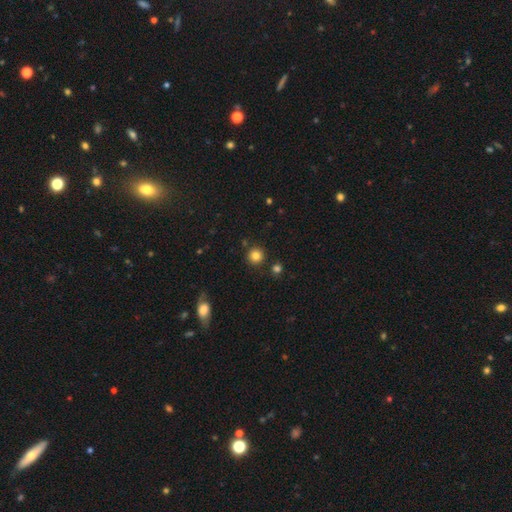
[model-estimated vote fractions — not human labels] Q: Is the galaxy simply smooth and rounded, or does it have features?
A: smooth — 83%.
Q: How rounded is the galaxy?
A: round — 94%.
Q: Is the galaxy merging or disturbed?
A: none — 87%.